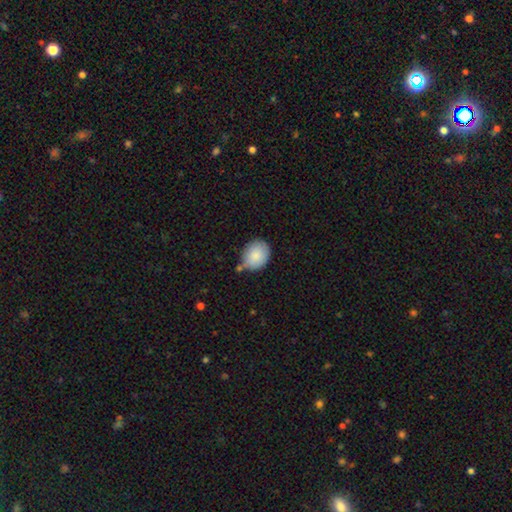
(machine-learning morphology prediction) smooth_or_featured: smooth (p=0.87) [alt: featured or disk p=0.07]
how_rounded: in between (p=0.51) [alt: round p=0.48]
merging: none (p=0.66) [alt: minor disturbance p=0.21]